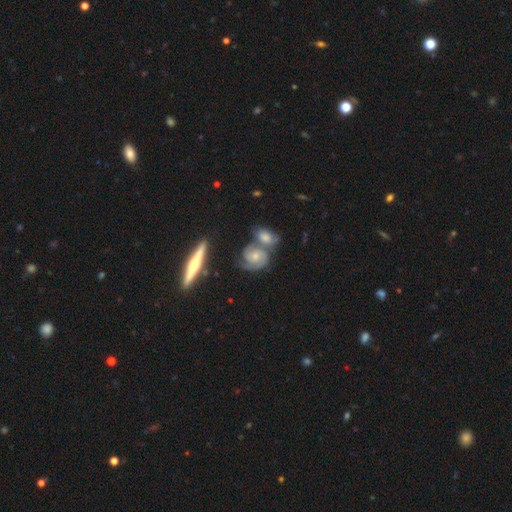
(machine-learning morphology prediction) type=featured or disk (74%); edge-on=no (80%); bar=no (68%); spiral arms=yes (87%); winding=tight (56%); arm count=2 (46%); bulge=moderate (46%); merging=none (55%).